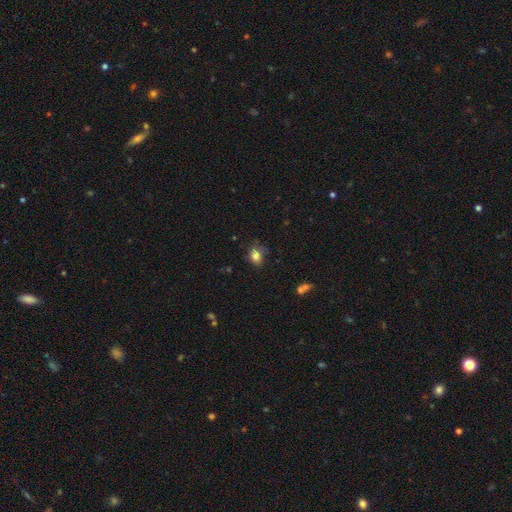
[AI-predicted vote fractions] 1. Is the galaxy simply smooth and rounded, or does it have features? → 80% smooth, 11% star or artifact, 9% featured or disk.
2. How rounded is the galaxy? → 54% in between, 44% round, 1% cigar-shaped.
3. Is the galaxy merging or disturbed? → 61% none, 27% minor disturbance, 9% major disturbance, 3% merger.